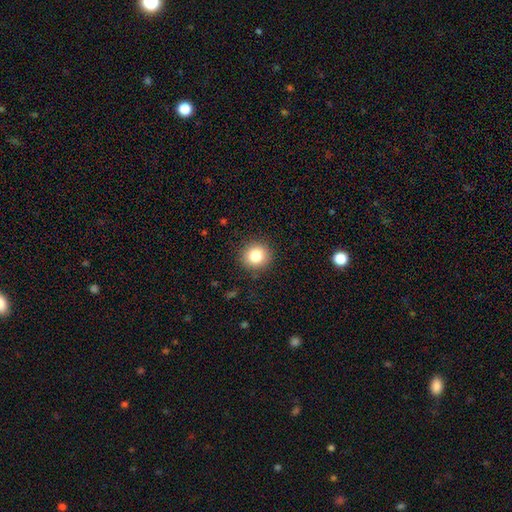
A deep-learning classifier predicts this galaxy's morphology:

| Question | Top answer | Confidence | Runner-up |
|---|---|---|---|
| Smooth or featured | smooth | 82% | star or artifact (11%) |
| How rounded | round | 92% | in between (7%) |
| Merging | none | 89% | minor disturbance (7%) |